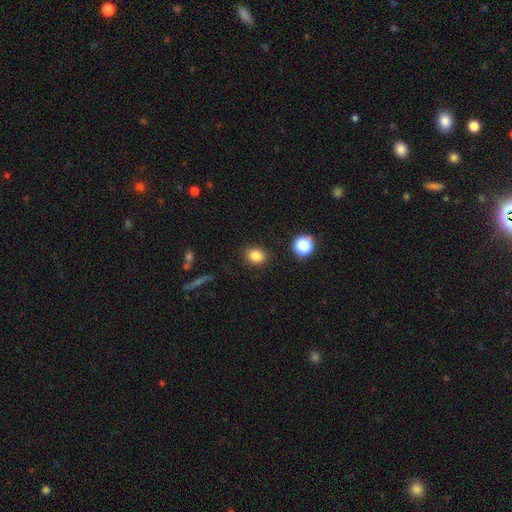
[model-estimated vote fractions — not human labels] The model was most divided on "how rounded": round: 56%, in between: 43%, cigar-shaped: 1%. More confident: merging — none (87%); smooth or featured — smooth (83%).